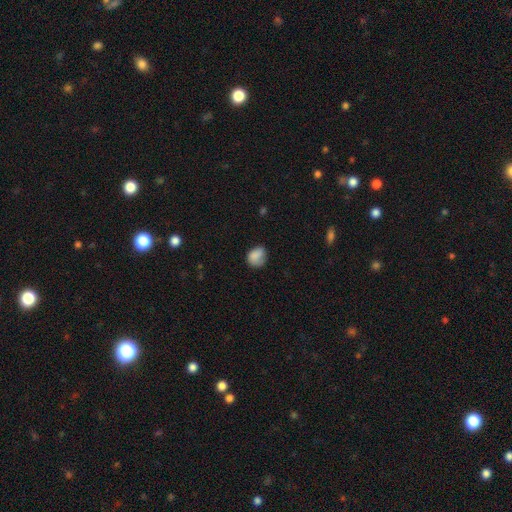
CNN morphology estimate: This appears to be a smooth galaxy with no disk features (83%) that is round (54%). Merging: none (57%).